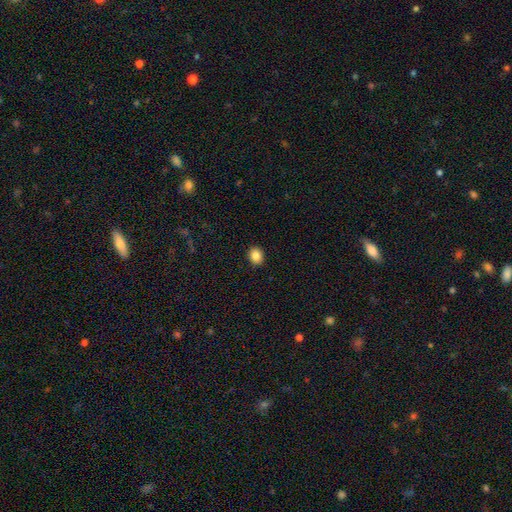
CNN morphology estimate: Smooth or featured?
  - smooth: 85% *
  - star or artifact: 10%
  - featured or disk: 6%
How rounded?
  - round: 64% *
  - in between: 35%
  - cigar-shaped: 1%
Merging?
  - none: 92% *
  - minor disturbance: 6%
  - major disturbance: 2%
  - merger: 1%